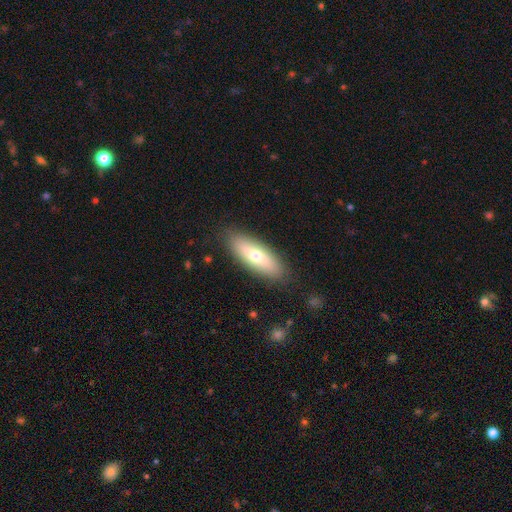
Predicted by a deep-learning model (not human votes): A smooth galaxy with no disk features (63%) that is in between round and cigar-shaped (59%).

Vote fractions:
- Smooth or featured? smooth: 63% / featured or disk: 31% / star or artifact: 6%
- How rounded? in between: 59% / cigar-shaped: 39% / round: 2%
- Merging? none: 87% / minor disturbance: 9% / major disturbance: 2% / merger: 1%